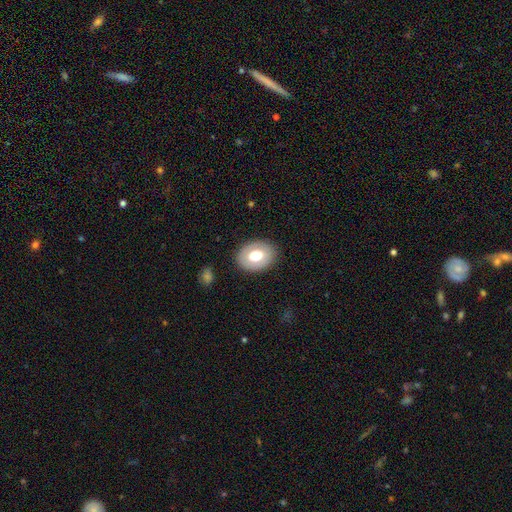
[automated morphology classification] smooth-or-featured: smooth: 64% | featured or disk: 29% | star or artifact: 7%
  how-rounded: in between: 67% | round: 33% | cigar-shaped: 1%
  merging: none: 86% | minor disturbance: 10% | major disturbance: 3% | merger: 1%